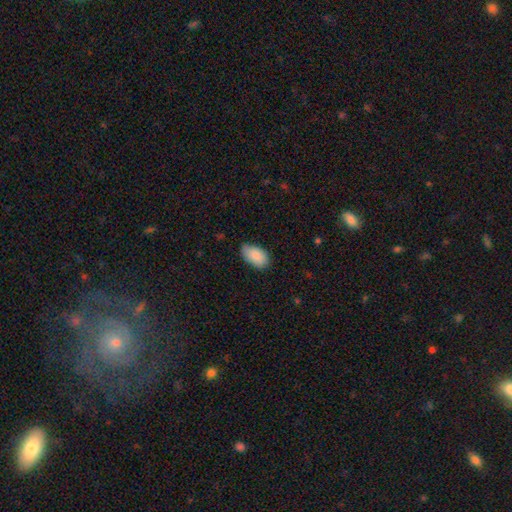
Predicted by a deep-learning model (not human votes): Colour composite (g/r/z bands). It shows a smooth galaxy with no disk features (87%) that is in between round and cigar-shaped (94%). Merging: none (73%).